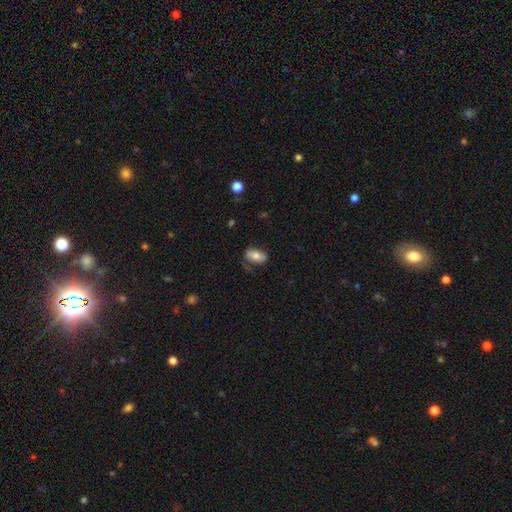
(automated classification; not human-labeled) smooth_or_featured: smooth (p=0.69) [alt: featured or disk p=0.24]
how_rounded: in between (p=0.92) [alt: round p=0.05]
merging: none (p=0.60) [alt: minor disturbance p=0.26]